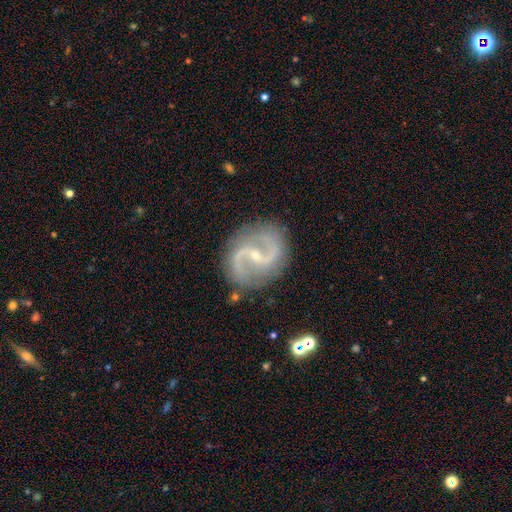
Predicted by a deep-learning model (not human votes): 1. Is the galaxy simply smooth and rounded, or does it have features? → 91% featured or disk, 5% star or artifact, 4% smooth.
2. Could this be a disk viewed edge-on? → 98% no, 2% yes.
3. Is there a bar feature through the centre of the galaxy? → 41% weak, 30% strong, 28% no.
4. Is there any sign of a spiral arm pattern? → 97% yes, 3% no.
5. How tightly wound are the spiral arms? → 50% medium, 37% loose, 12% tight.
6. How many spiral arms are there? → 94% 2, 2% can't tell, 1% 1, 1% 3, 1% 4, 1% more than 4.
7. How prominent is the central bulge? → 77% small, 20% moderate, 2% none, 1% large, 1% dominant.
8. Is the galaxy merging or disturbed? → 85% none, 10% minor disturbance, 3% major disturbance, 2% merger.